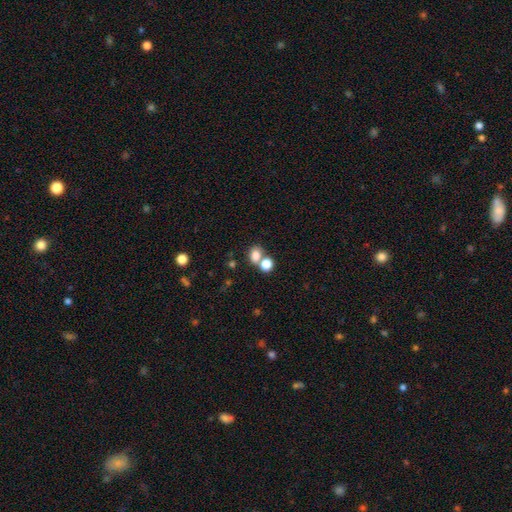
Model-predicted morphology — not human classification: This appears to be a smooth galaxy with no disk features (78%) that is in between round and cigar-shaped (51%). Merging: none (45%).